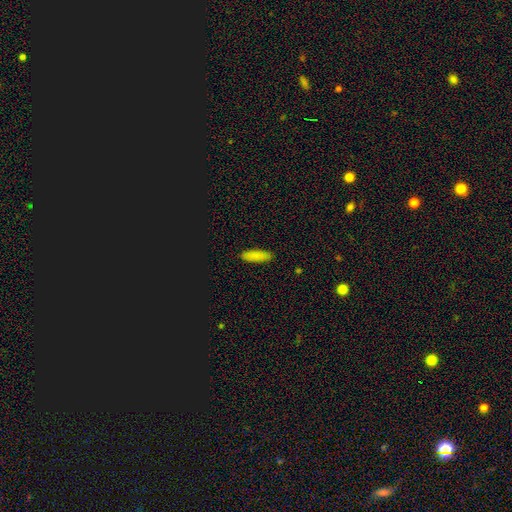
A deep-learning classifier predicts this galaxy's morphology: type=smooth (86%); roundness=in between (53%); merging=none (89%).